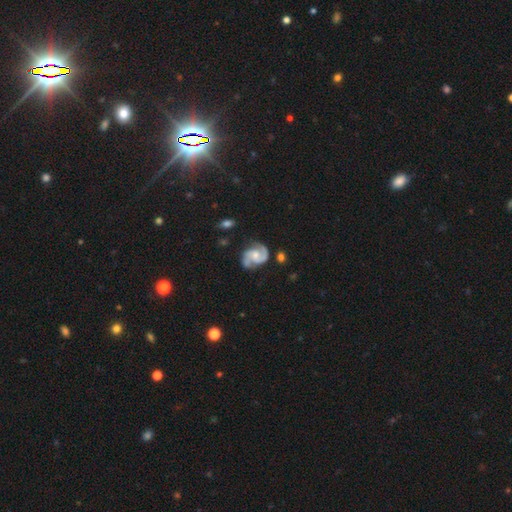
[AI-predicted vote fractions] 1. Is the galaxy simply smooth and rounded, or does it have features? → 89% featured or disk, 6% smooth, 5% star or artifact.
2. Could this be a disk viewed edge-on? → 98% no, 2% yes.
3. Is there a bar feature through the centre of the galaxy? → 55% no, 37% weak, 8% strong.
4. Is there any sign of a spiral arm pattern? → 98% yes, 2% no.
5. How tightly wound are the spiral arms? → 56% medium, 25% tight, 19% loose.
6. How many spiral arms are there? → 92% 2, 2% can't tell, 2% 3, 1% 1, 1% 4, 1% more than 4.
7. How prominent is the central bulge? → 50% moderate, 39% small, 7% none, 3% large, 1% dominant.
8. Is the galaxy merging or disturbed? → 73% none, 18% minor disturbance, 6% major disturbance, 3% merger.